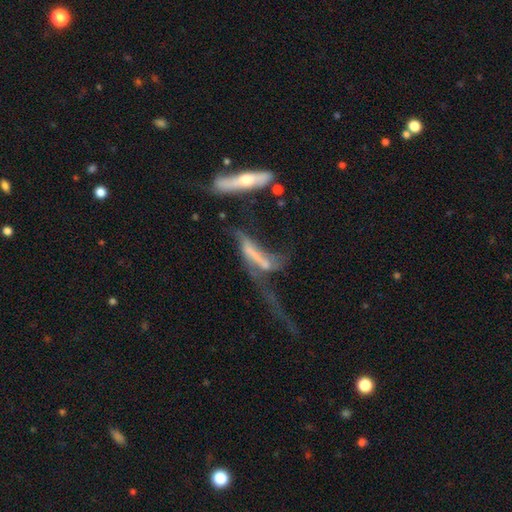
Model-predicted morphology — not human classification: smooth-or-featured: featured or disk: 55% | smooth: 33% | star or artifact: 12%
  disk-edge-on: no: 56% | yes: 44%
  merging: merger: 41% | major disturbance: 36% | none: 13% | minor disturbance: 10%